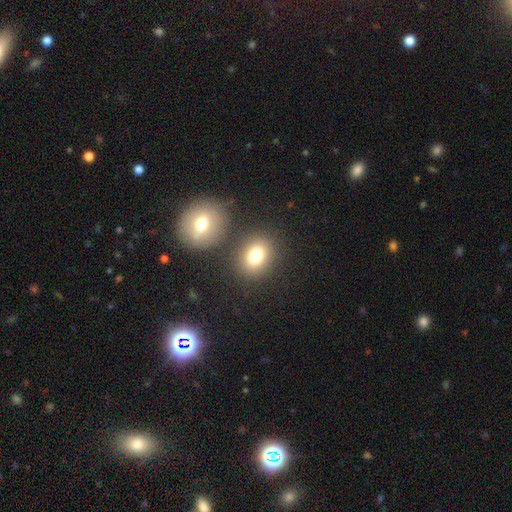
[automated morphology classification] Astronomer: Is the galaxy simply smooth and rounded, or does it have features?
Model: smooth — 76%.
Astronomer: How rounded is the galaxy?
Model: round — 52% (runner-up: in between, 47%).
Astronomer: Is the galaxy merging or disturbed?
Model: none — 75%.